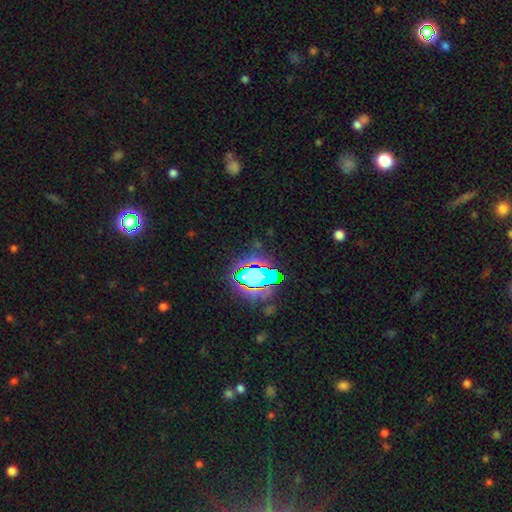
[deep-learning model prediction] Q: Smooth or featured?
A: star or artifact (80%); runner-up: smooth (12%)